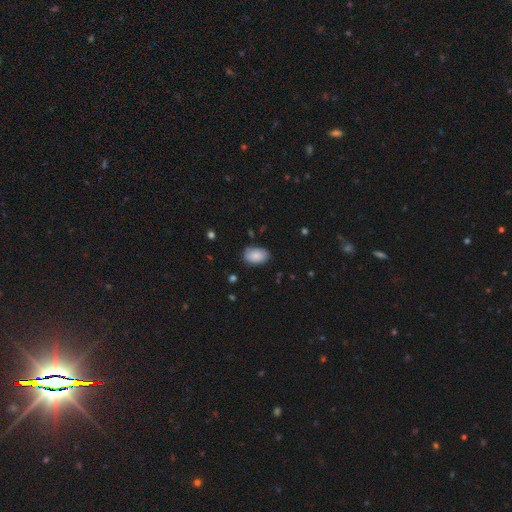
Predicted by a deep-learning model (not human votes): smooth_or_featured: smooth (p=0.86) [alt: featured or disk p=0.07]
how_rounded: in between (p=0.91) [alt: round p=0.08]
merging: none (p=0.80) [alt: minor disturbance p=0.15]